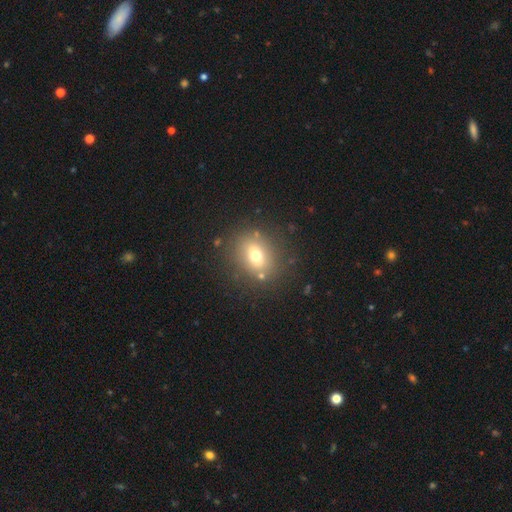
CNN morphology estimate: This appears to be a smooth galaxy with no disk features (67%) that is round (56%). Merging: none (81%).